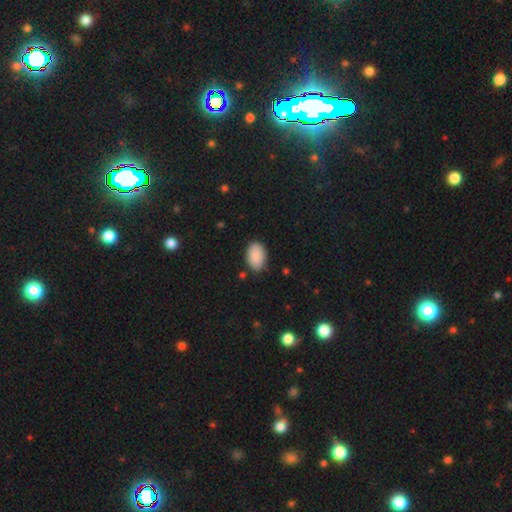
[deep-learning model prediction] A smooth galaxy with no disk features (90%) that is in between round and cigar-shaped (91%).

Vote fractions:
- Smooth or featured? smooth: 90% / star or artifact: 7% / featured or disk: 3%
- How rounded? in between: 91% / round: 8% / cigar-shaped: 1%
- Merging? none: 82% / minor disturbance: 14% / major disturbance: 3% / merger: 1%